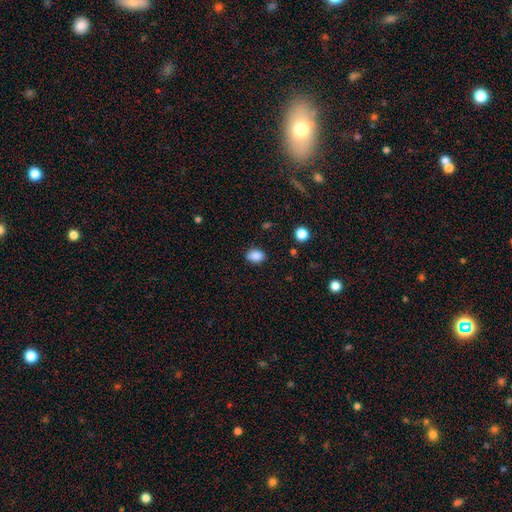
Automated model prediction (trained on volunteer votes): Smooth or featured? Predicted: smooth (p=0.86). How rounded? Predicted: in between (p=0.70). Merging? Predicted: none (p=0.82).